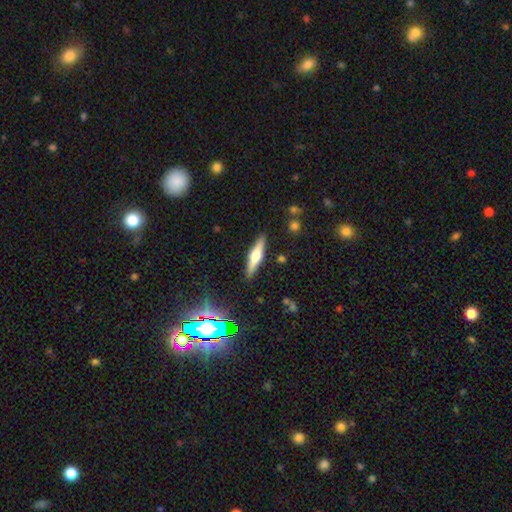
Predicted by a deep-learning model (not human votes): Overall: featured or disk (56%; smooth 36%). Edge-on disk: yes (95%). Edge-on bulge: rounded (90%). Merging: none (89%).